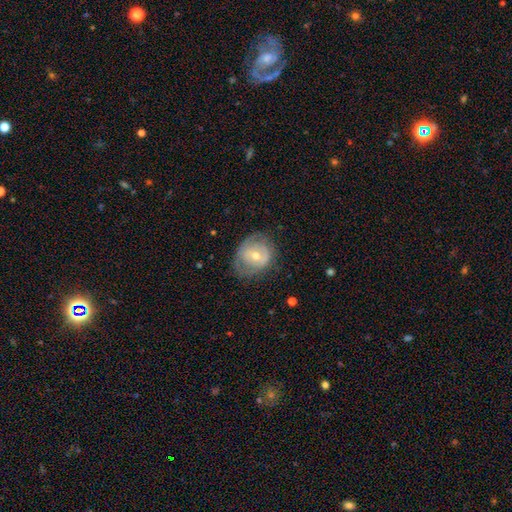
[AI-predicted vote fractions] This is possibly a featured or disk galaxy (59%). It is clearly not viewed edge-on (96%). Bar: possibly no (48%). Spiral arm pattern: possibly yes (58%). Central bulge: possibly moderate (55%). Merging: likely none (65%).